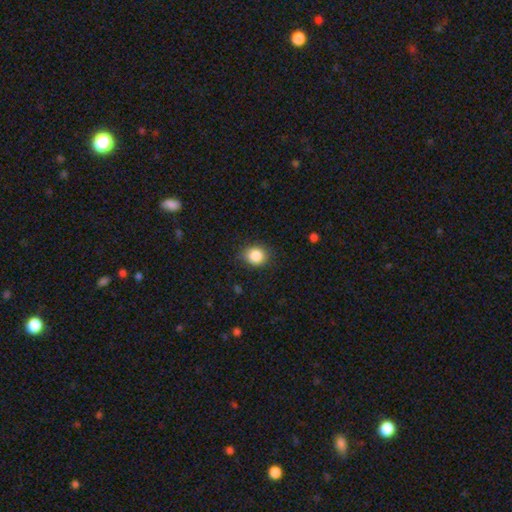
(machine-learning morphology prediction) Q: Smooth or featured?
A: smooth (86%); runner-up: star or artifact (10%)
Q: How rounded?
A: round (72%); runner-up: in between (27%)
Q: Merging?
A: none (83%); runner-up: minor disturbance (13%)